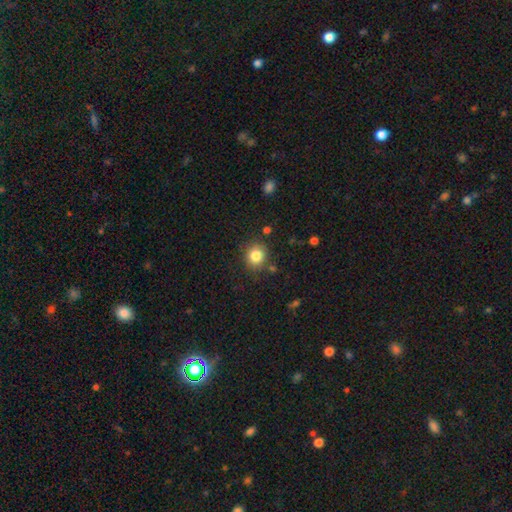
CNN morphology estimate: Smooth or featured? Predicted: smooth (p=0.84). How rounded? Predicted: round (p=0.84). Merging? Predicted: none (p=0.84).